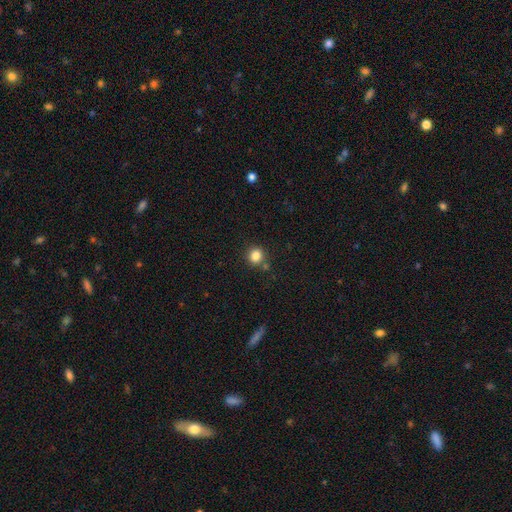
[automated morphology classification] Overall: smooth (84%). How rounded: round (86%). Merging: none (80%).